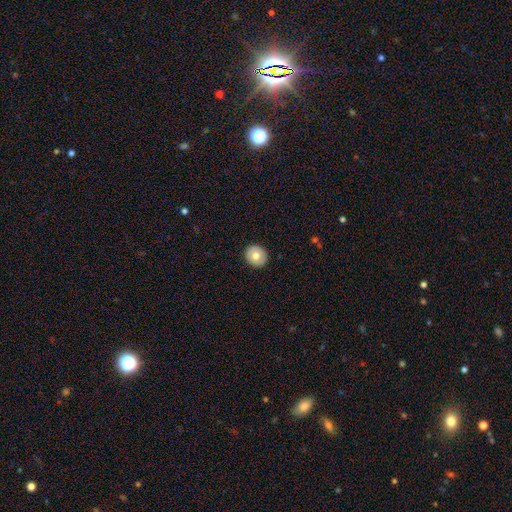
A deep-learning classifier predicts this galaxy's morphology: This appears to be a smooth galaxy with no disk features (70%) that is round (83%). Merging: none (91%).